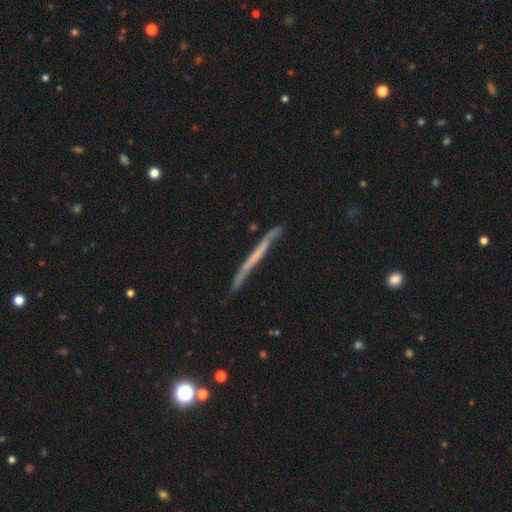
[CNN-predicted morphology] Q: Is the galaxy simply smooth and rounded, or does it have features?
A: featured or disk — 57%.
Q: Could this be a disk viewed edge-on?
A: yes — 95%.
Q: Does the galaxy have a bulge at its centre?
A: none — 89%.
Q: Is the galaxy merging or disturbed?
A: none — 81%.